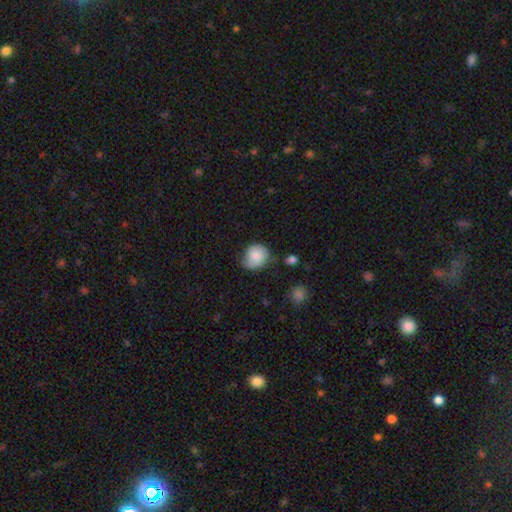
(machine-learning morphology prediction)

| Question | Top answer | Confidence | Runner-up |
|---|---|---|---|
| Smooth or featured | smooth | 75% | featured or disk (17%) |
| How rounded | round | 72% | in between (27%) |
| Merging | none | 55% | minor disturbance (34%) |